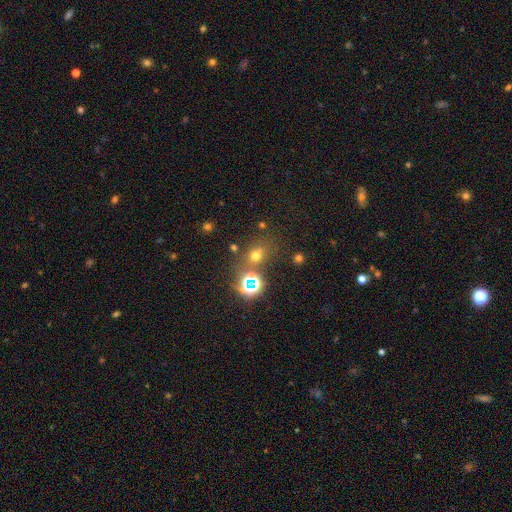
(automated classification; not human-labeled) A smooth galaxy with no disk features (54%) that is round (58%).

Vote fractions:
- Smooth or featured? smooth: 54% / star or artifact: 37% / featured or disk: 10%
- How rounded? round: 58% / in between: 40% / cigar-shaped: 2%
- Merging? none: 69% / minor disturbance: 13% / merger: 12% / major disturbance: 7%